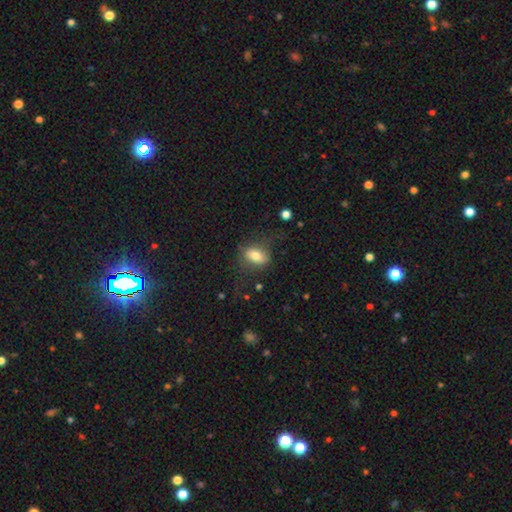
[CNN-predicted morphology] Smooth or featured? Predicted: smooth (p=0.72). How rounded? Predicted: in between (p=0.80). Merging? Predicted: none (p=0.62).